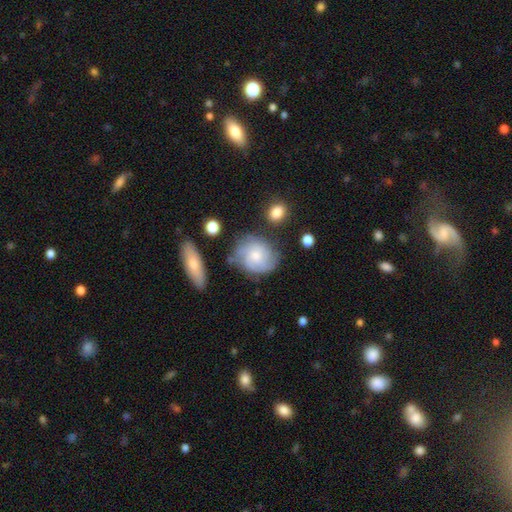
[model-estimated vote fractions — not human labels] This is likely a featured or disk galaxy (64%). It is clearly not viewed edge-on (97%). Bar: likely no (73%). Spiral arm pattern: clearly yes (92%). Spiral arm count: marginally can't tell (31%). Spiral winding: possibly tight (56%). Central bulge: possibly small (50%). Merging: likely none (69%).